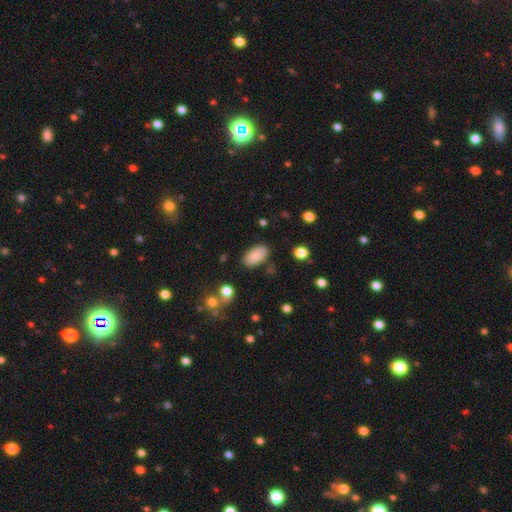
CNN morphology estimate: A smooth galaxy with no disk features (87%) that is in between round and cigar-shaped (95%).

Vote fractions:
- Smooth or featured? smooth: 87% / star or artifact: 8% / featured or disk: 5%
- How rounded? in between: 95% / round: 4% / cigar-shaped: 2%
- Merging? none: 83% / minor disturbance: 11% / major disturbance: 3% / merger: 3%